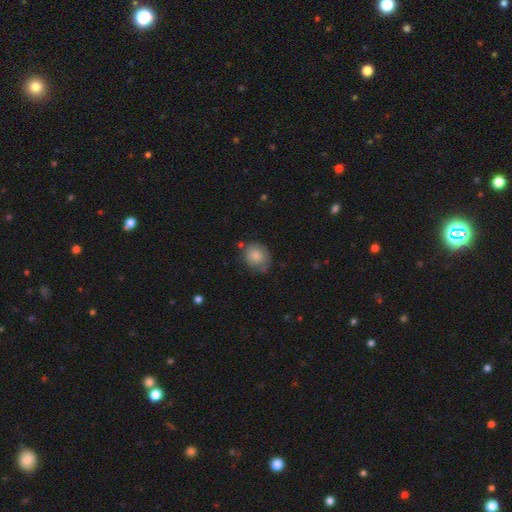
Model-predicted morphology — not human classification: Smooth or featured? smooth (81%)
How rounded? round (69%)
Merging? none (63%)